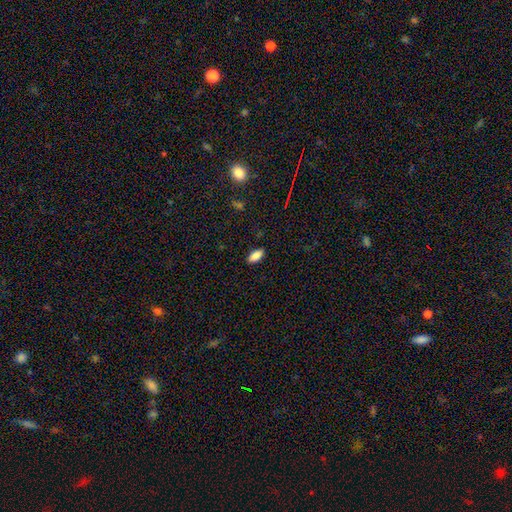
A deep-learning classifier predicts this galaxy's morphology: smooth-or-featured: smooth: 86% | star or artifact: 8% | featured or disk: 5%
  how-rounded: in between: 85% | cigar-shaped: 13% | round: 2%
  merging: none: 88% | minor disturbance: 9% | major disturbance: 2% | merger: 1%